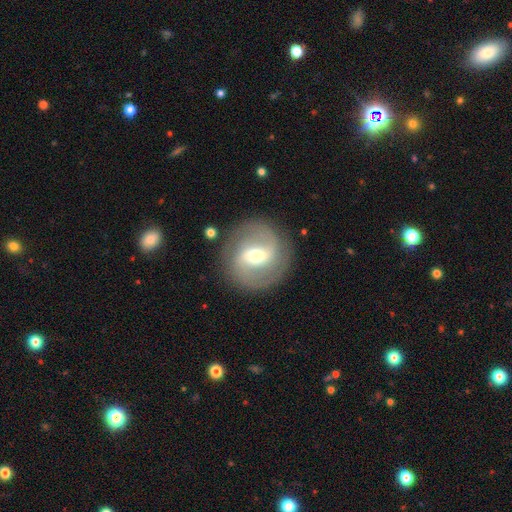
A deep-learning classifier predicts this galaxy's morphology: A featured or disk galaxy (77%) with a weak bar (47%), 2 (82%) medium (44%) spiral arms (87%) and a moderate central bulge (61%). Merging: none (85%).